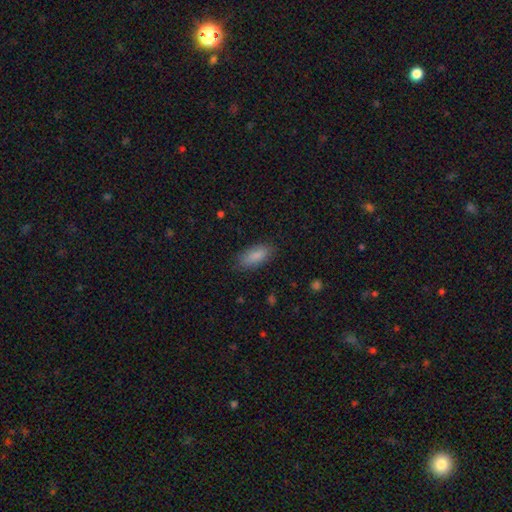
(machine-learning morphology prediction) Smooth or featured? smooth (87%)
How rounded? in between (85%)
Merging? none (84%)